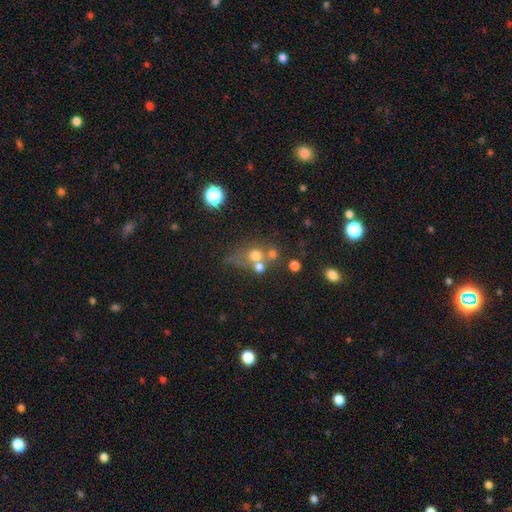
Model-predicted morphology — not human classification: Smooth or featured?
  - smooth: 58% *
  - featured or disk: 23%
  - star or artifact: 20%
How rounded?
  - round: 77% *
  - in between: 22%
  - cigar-shaped: 2%
Merging?
  - merger: 41% *
  - none: 39%
  - minor disturbance: 11%
  - major disturbance: 9%